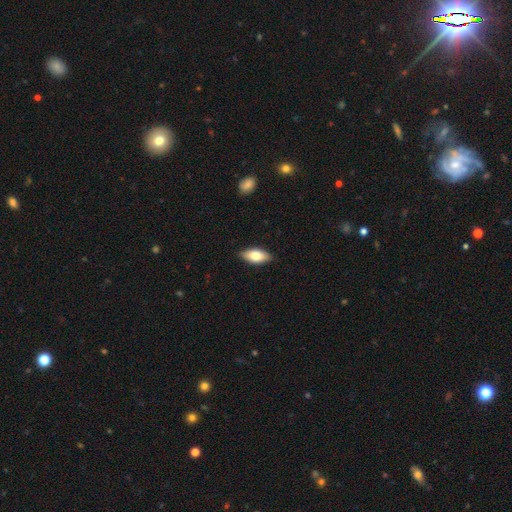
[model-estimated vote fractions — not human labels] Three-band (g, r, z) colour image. It shows a smooth galaxy with no disk features (74%) that is in between round and cigar-shaped (88%). Merging: none (87%).